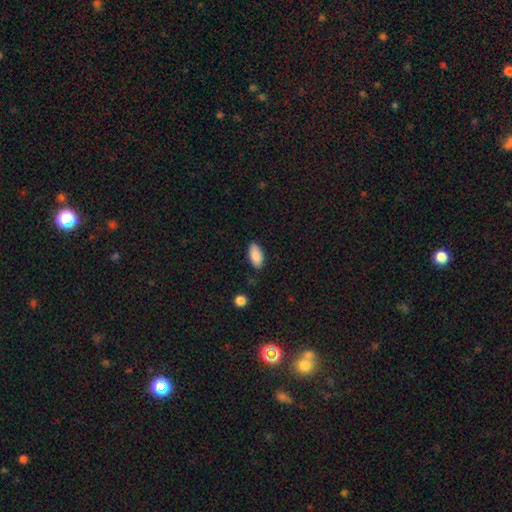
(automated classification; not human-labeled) Q: Smooth or featured?
A: smooth (89%); runner-up: star or artifact (7%)
Q: How rounded?
A: in between (92%); runner-up: cigar-shaped (6%)
Q: Merging?
A: none (84%); runner-up: minor disturbance (12%)